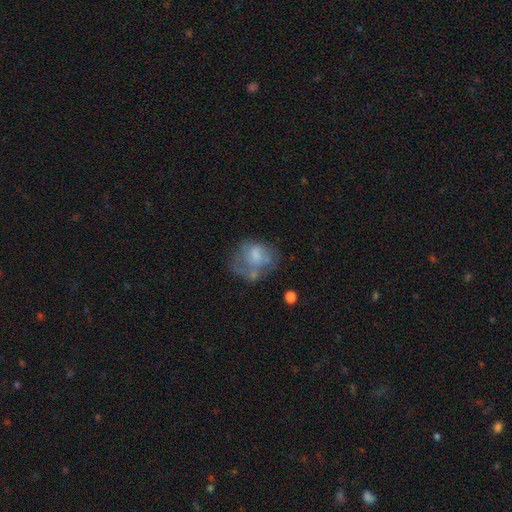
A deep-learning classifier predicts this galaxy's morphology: Q: Smooth or featured?
A: smooth (50%); runner-up: featured or disk (41%)
Q: Merging?
A: none (36%); runner-up: major disturbance (30%)